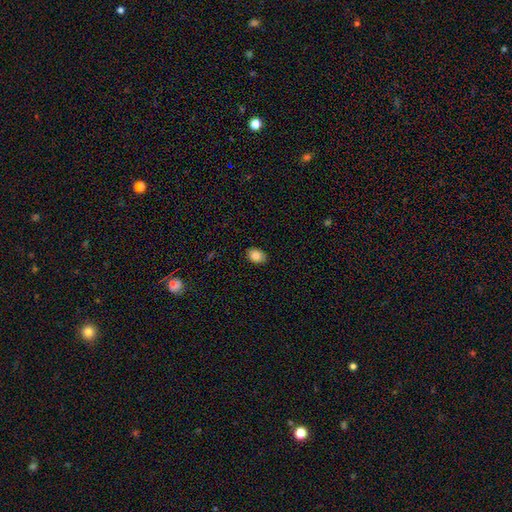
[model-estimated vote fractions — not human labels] Smooth or featured: smooth — 85% (star or artifact — 8%)
How rounded: in between — 74% (round — 24%)
Merging: none — 86% (minor disturbance — 11%)